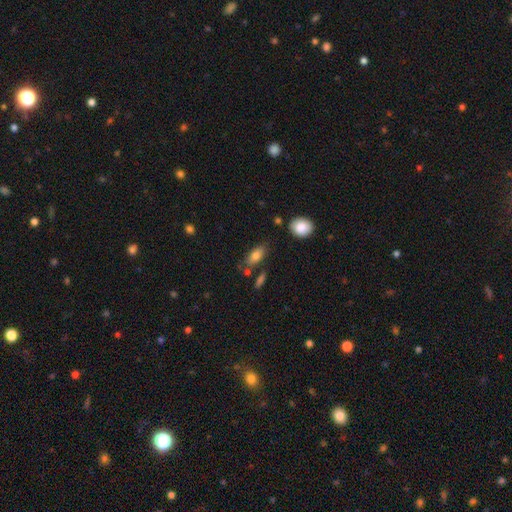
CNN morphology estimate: type=smooth (78%); roundness=in between (83%); merging=none (69%).